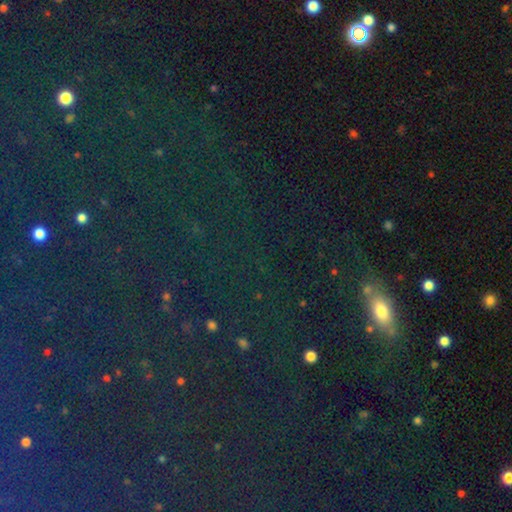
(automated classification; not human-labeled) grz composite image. It shows a star or artifact, not a galaxy (62%).